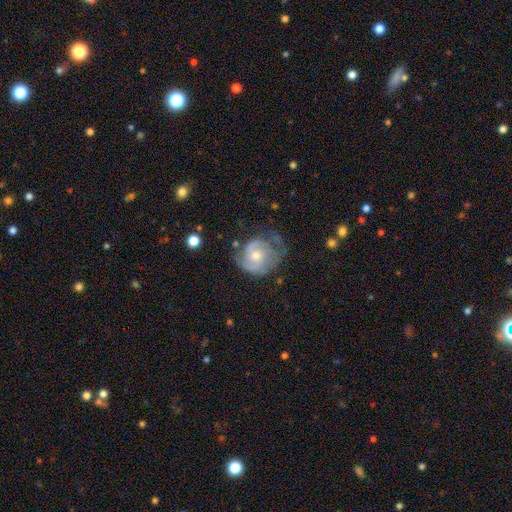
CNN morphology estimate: Q: Smooth or featured?
A: featured or disk (66%); runner-up: smooth (28%)
Q: Edge-on disk?
A: no (97%); runner-up: yes (3%)
Q: Bar?
A: no (72%); runner-up: weak (24%)
Q: Spiral arms?
A: yes (81%); runner-up: no (19%)
Q: Spiral winding?
A: tight (47%); runner-up: medium (36%)
Q: Spiral arm count?
A: 2 (47%); runner-up: can't tell (26%)
Q: Bulge size?
A: moderate (56%); runner-up: small (38%)
Q: Merging?
A: none (39%); runner-up: minor disturbance (29%)